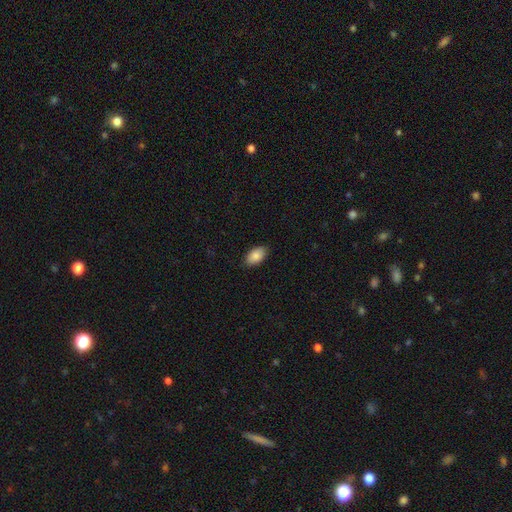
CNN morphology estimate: Smooth or featured? smooth (87%)
How rounded? in between (95%)
Merging? none (87%)